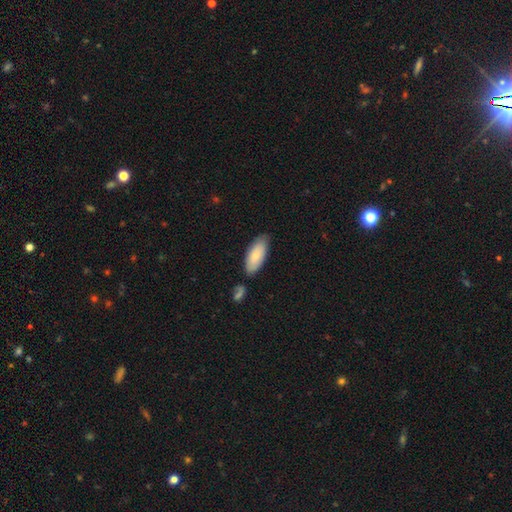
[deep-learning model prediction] Smooth or featured? Predicted: smooth (p=0.81). How rounded? Predicted: in between (p=0.82). Merging? Predicted: none (p=0.74).